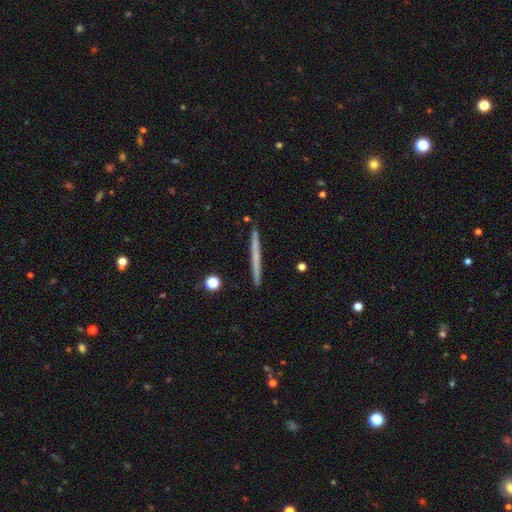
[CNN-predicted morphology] Smooth or featured? smooth (50%)
Merging? none (92%)